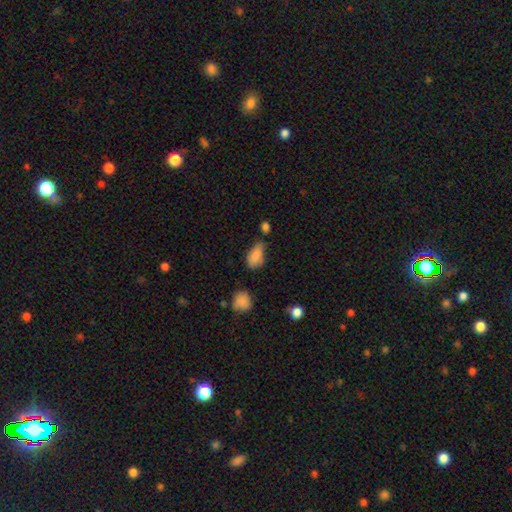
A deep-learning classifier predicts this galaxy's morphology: This is clearly a smooth galaxy (83%). How rounded: clearly in between (89%). Merging: marginally none (41%).